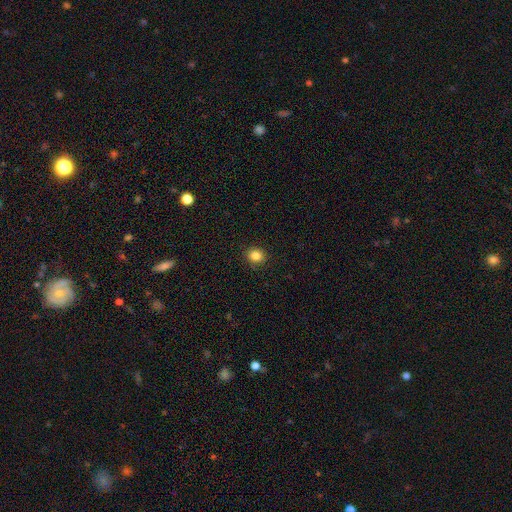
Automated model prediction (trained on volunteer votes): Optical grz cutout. It shows a smooth galaxy with no disk features (84%) that is round (78%). Merging: none (90%).